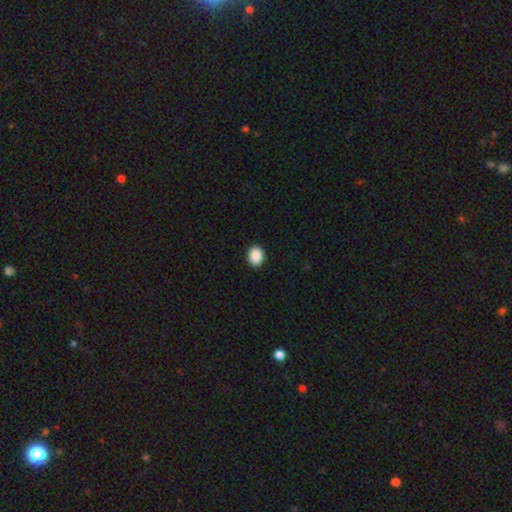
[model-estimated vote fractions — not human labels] The model was most divided on "how rounded": in between: 51%, round: 48%, cigar-shaped: 1%. More confident: merging — none (91%); smooth or featured — smooth (90%).